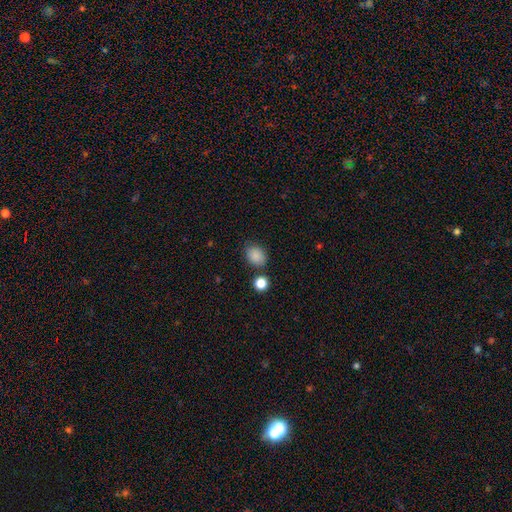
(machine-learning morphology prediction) This appears to be a smooth galaxy with no disk features (86%) that is in between round and cigar-shaped (58%). Merging: none (76%).